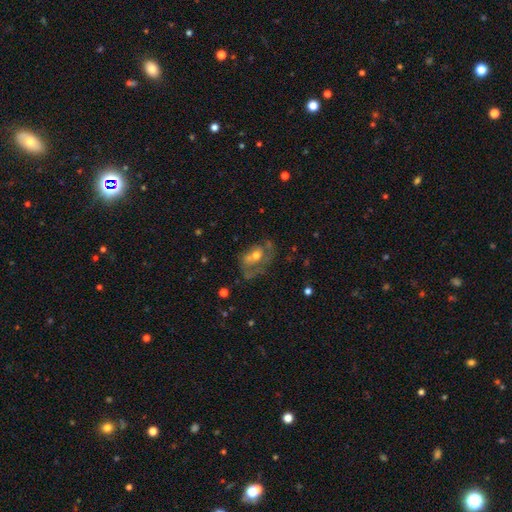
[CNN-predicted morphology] Overall: featured or disk (53%; smooth 37%). Edge-on disk: no (95%). Bar: no (74%). Spiral arms: yes (54%; no 46%). Bulge size: moderate (63%). Merging: none (35%; major disturbance 33%).